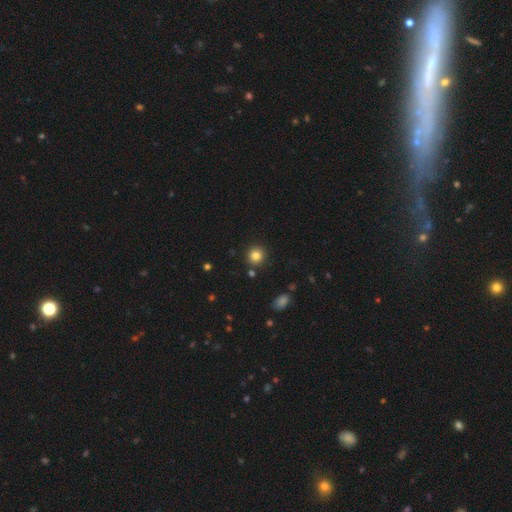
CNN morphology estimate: This is clearly a smooth galaxy (83%). How rounded: clearly round (92%). Merging: clearly none (88%).